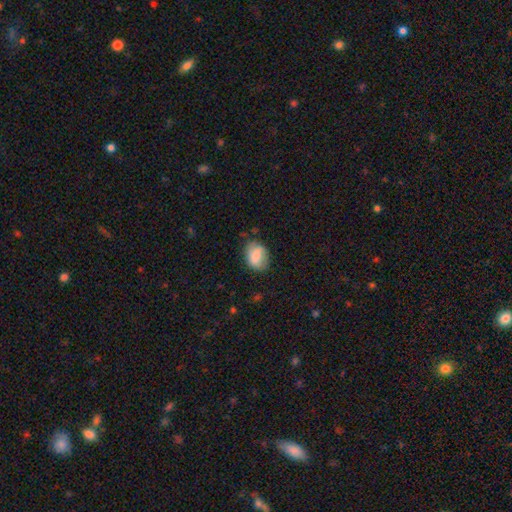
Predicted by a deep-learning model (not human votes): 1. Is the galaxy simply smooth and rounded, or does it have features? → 72% smooth, 20% featured or disk, 7% star or artifact.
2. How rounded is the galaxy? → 69% in between, 30% round, 1% cigar-shaped.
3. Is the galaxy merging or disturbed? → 68% none, 24% minor disturbance, 6% major disturbance, 2% merger.